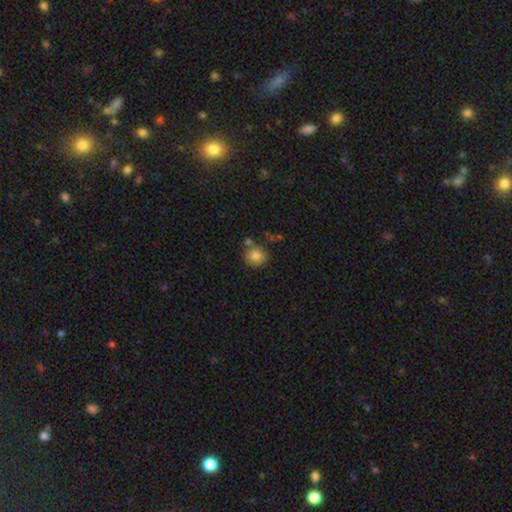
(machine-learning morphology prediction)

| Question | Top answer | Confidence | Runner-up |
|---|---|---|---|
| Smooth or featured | smooth | 84% | star or artifact (9%) |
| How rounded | round | 84% | in between (15%) |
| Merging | none | 72% | merger (13%) |